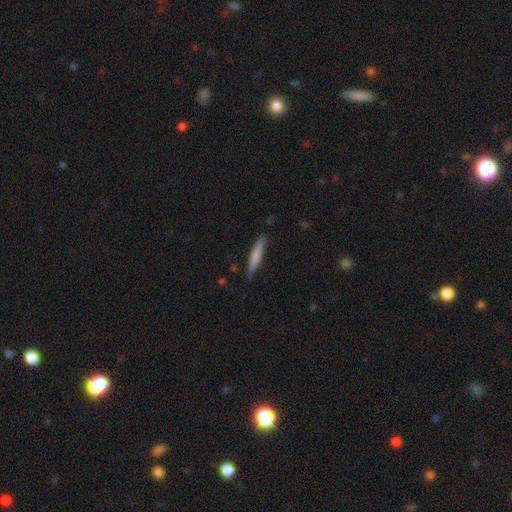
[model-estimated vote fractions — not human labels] smooth-or-featured: smooth: 75% | featured or disk: 20% | star or artifact: 5%
  how-rounded: cigar-shaped: 93% | in between: 6% | round: 1%
  merging: none: 84% | minor disturbance: 13% | major disturbance: 2% | merger: 1%